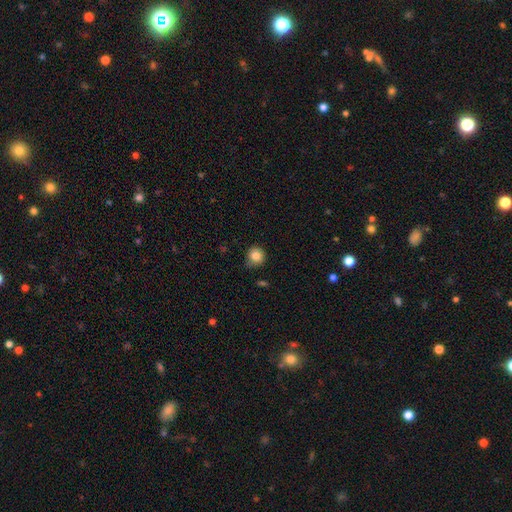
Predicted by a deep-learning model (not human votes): This appears to be a smooth galaxy with no disk features (83%) that is round (91%). Merging: none (73%).